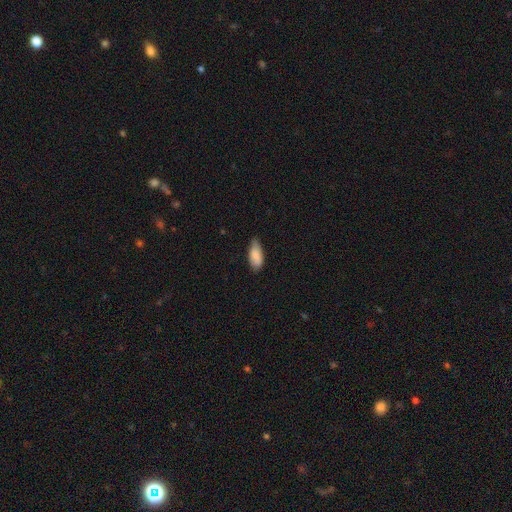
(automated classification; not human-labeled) Smooth or featured?
  - smooth: 86% *
  - featured or disk: 8%
  - star or artifact: 6%
How rounded?
  - in between: 83% *
  - cigar-shaped: 16%
  - round: 2%
Merging?
  - none: 68% *
  - minor disturbance: 27%
  - major disturbance: 4%
  - merger: 1%